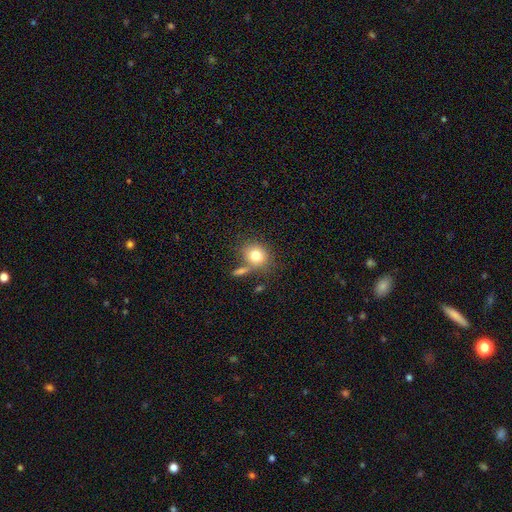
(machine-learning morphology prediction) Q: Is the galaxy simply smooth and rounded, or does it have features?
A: smooth — 78%.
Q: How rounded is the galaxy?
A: round — 72%.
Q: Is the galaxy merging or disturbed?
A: none — 62%.